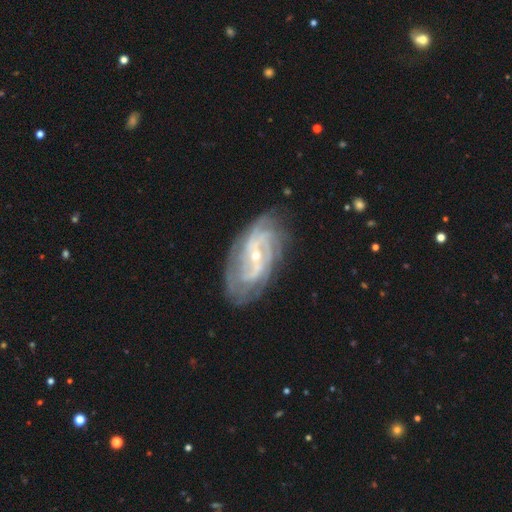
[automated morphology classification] This appears to be a featured or disk galaxy (88%) with a weak bar (40%), tight (60%) spiral arms (96%) and a small central bulge (71%). Merging: none (77%).